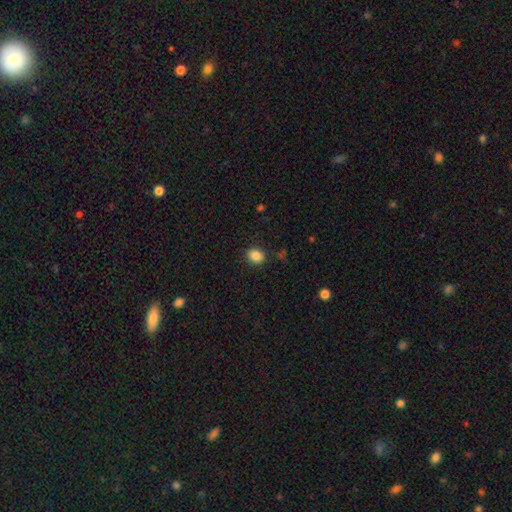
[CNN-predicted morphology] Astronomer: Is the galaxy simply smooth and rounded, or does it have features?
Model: smooth — 86%.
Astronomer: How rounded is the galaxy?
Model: round — 58% (runner-up: in between, 41%).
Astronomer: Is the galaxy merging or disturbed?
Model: none — 87%.